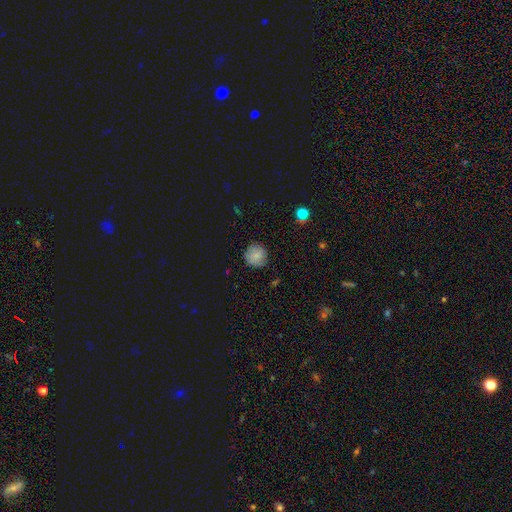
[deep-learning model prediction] Overall: smooth (79%). How rounded: round (91%). Merging: none (82%).